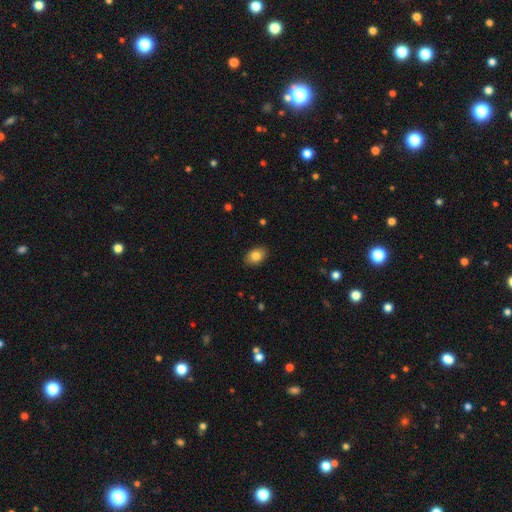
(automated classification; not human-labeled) Overall: smooth (83%). How rounded: in between (80%). Merging: none (88%).